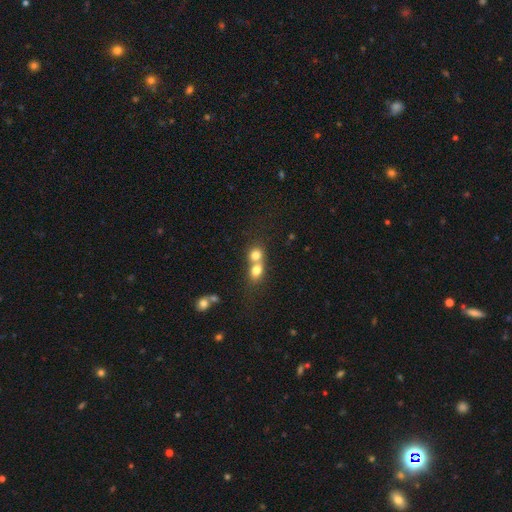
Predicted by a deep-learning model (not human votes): Q: Smooth or featured?
A: smooth (76%); runner-up: featured or disk (14%)
Q: How rounded?
A: round (68%); runner-up: in between (30%)
Q: Merging?
A: merger (70%); runner-up: none (22%)